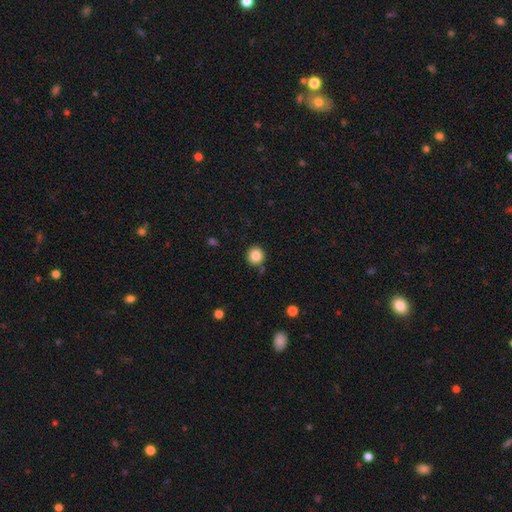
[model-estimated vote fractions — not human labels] The model was most divided on "smooth or featured": smooth: 84%, star or artifact: 10%, featured or disk: 6%. More confident: how rounded — round (93%); merging — none (85%).